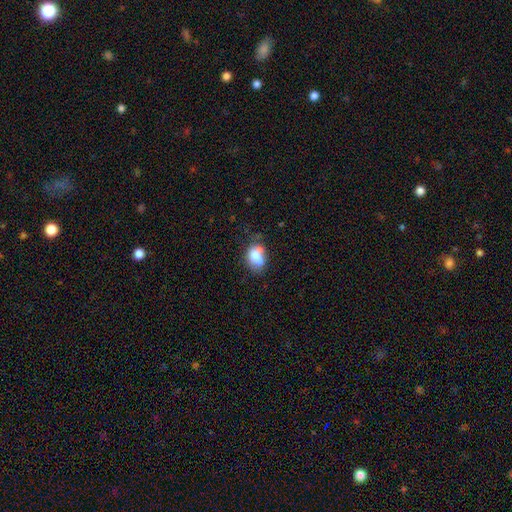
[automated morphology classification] This is likely a smooth galaxy (72%). How rounded: likely in between (72%). Merging: marginally none (40%).